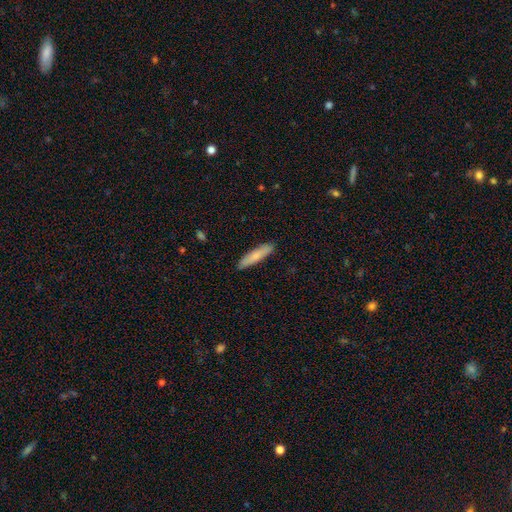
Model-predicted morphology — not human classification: Smooth or featured? Predicted: smooth (p=0.74). How rounded? Predicted: cigar-shaped (p=0.84). Merging? Predicted: none (p=0.89).